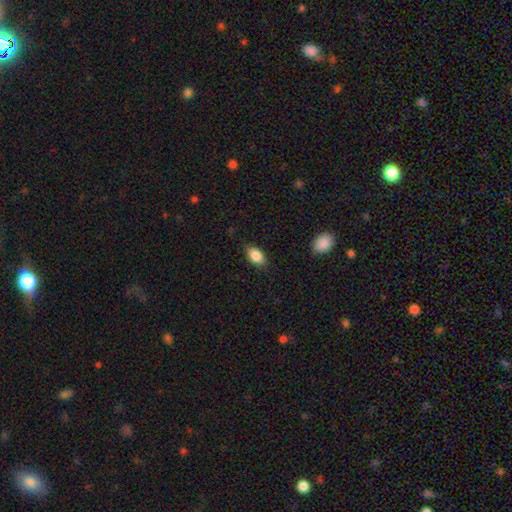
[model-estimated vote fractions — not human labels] smooth 86%, star or artifact 8%, featured or disk 6%. Down the decision tree: how rounded — in between (90%); merging — none (84%).